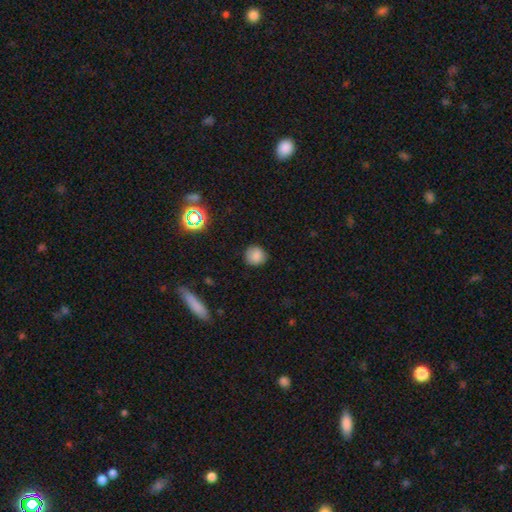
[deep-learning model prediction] Smooth or featured: smooth — 83% (star or artifact — 12%)
How rounded: round — 90% (in between — 9%)
Merging: none — 86% (minor disturbance — 10%)